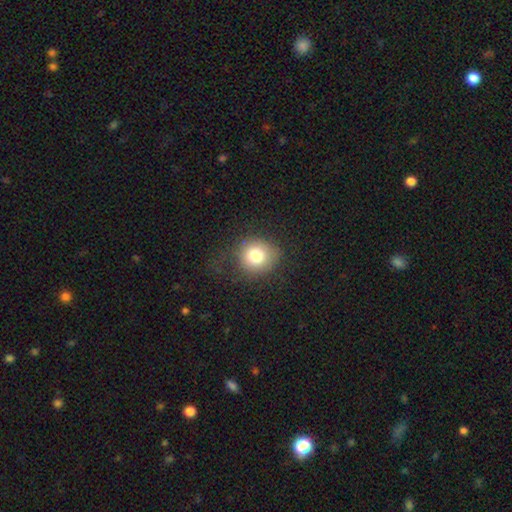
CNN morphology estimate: Smooth or featured: smooth — 78% (star or artifact — 12%)
How rounded: round — 86% (in between — 13%)
Merging: none — 78% (minor disturbance — 14%)